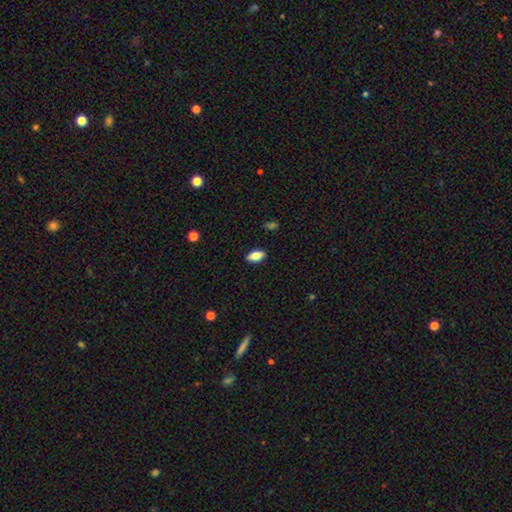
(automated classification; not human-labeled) Smooth or featured?
  - smooth: 76% *
  - featured or disk: 17%
  - star or artifact: 8%
How rounded?
  - in between: 87% *
  - cigar-shaped: 9%
  - round: 4%
Merging?
  - none: 88% *
  - minor disturbance: 9%
  - major disturbance: 2%
  - merger: 1%